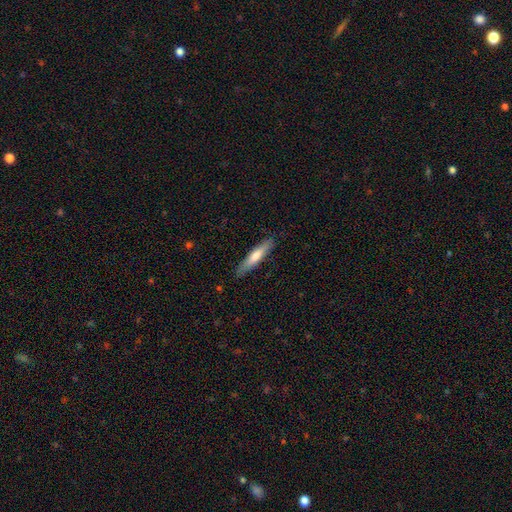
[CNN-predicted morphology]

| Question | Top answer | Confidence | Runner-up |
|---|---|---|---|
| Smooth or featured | smooth | 63% | featured or disk (32%) |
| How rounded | cigar-shaped | 85% | in between (14%) |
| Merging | none | 87% | minor disturbance (10%) |